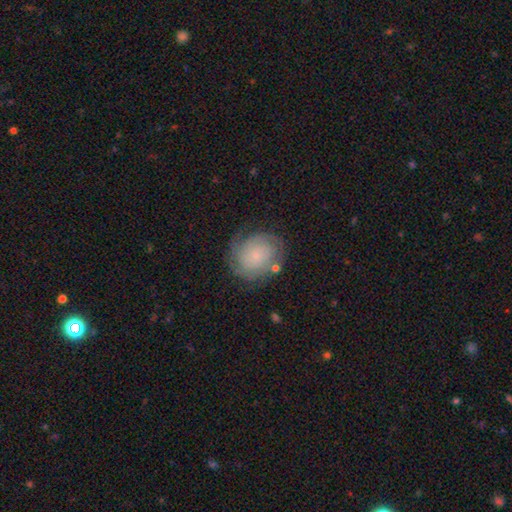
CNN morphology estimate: Overall: featured or disk (56%; smooth 35%). Edge-on disk: no (98%). Bar: no (81%). Spiral arms: yes (88%). Bulge size: small (75%). Merging: none (69%).